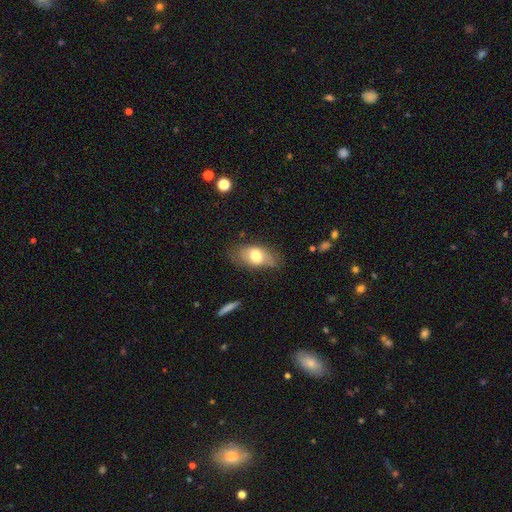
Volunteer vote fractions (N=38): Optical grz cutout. It shows a smooth galaxy with no disk features (71%) that is in between round and cigar-shaped (93%). Merging: minor disturbance (51%).